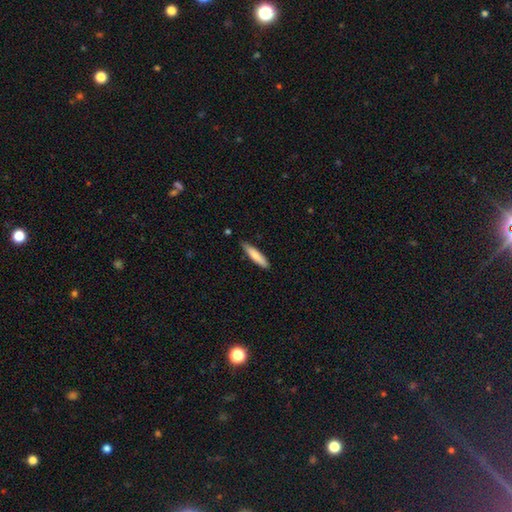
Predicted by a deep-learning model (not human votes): Morphology: type=smooth (78%); roundness=cigar-shaped (82%); merging=none (81%).